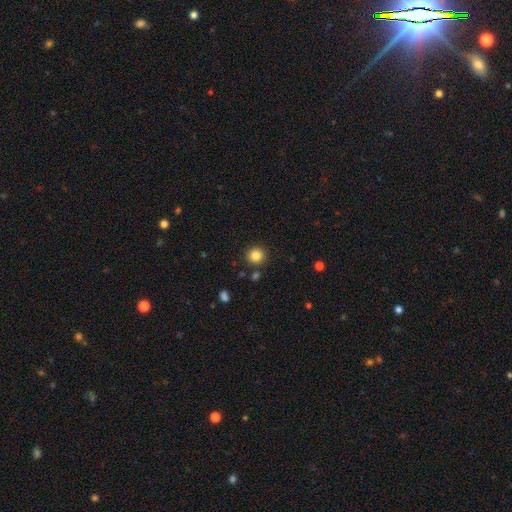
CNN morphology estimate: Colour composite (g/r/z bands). It shows a smooth galaxy with no disk features (85%) that is round (93%). Merging: none (88%).